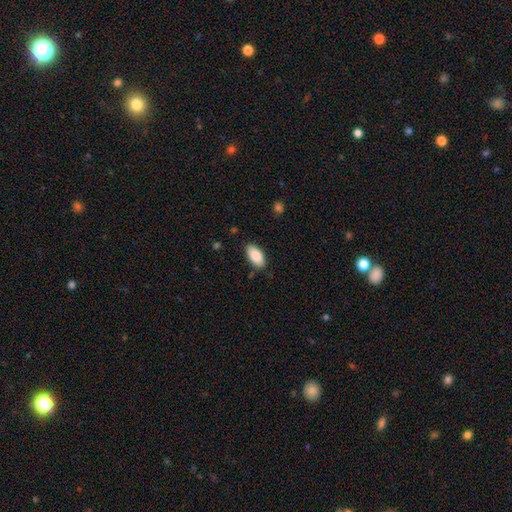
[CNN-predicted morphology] Overall: smooth (86%). How rounded: in between (94%). Merging: none (84%).